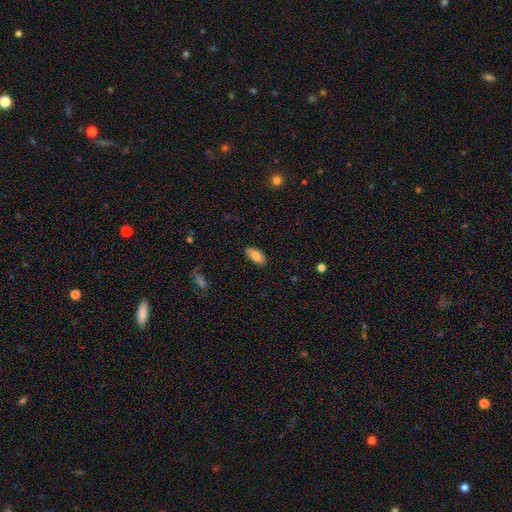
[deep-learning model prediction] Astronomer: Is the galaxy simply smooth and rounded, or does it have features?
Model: smooth — 80%.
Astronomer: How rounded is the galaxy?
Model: in between — 89%.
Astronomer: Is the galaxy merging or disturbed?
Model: none — 87%.